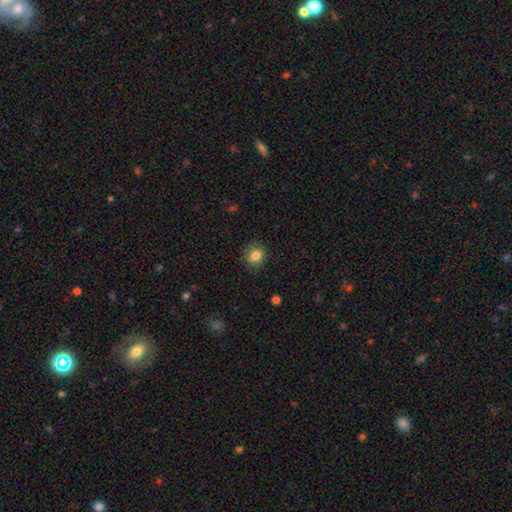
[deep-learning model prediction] Q: Smooth or featured?
A: smooth (82%); runner-up: star or artifact (10%)
Q: How rounded?
A: round (73%); runner-up: in between (26%)
Q: Merging?
A: none (84%); runner-up: minor disturbance (12%)